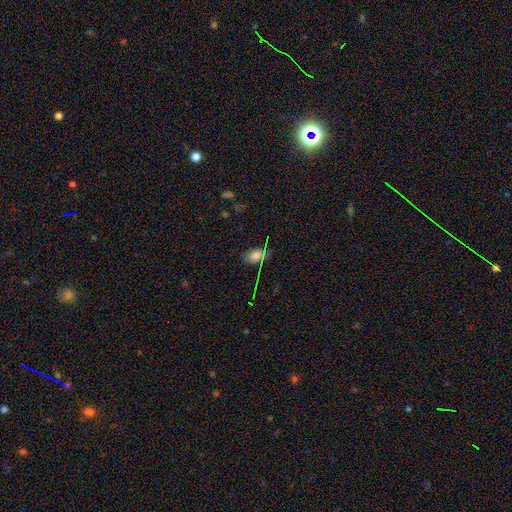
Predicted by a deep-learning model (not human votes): Q: Smooth or featured?
A: smooth (69%); runner-up: star or artifact (21%)
Q: How rounded?
A: in between (84%); runner-up: round (13%)
Q: Merging?
A: none (77%); runner-up: minor disturbance (16%)